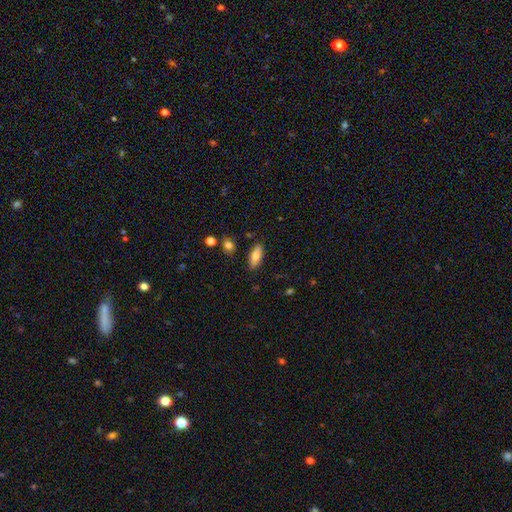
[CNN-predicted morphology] Q: Smooth or featured?
A: smooth (76%); runner-up: featured or disk (17%)
Q: How rounded?
A: in between (75%); runner-up: cigar-shaped (23%)
Q: Merging?
A: none (85%); runner-up: minor disturbance (10%)